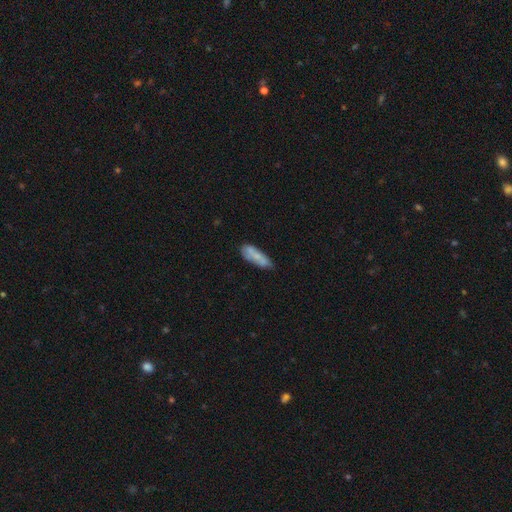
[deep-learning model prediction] Q: Smooth or featured?
A: smooth (71%); runner-up: featured or disk (22%)
Q: How rounded?
A: in between (54%); runner-up: cigar-shaped (44%)
Q: Merging?
A: none (55%); runner-up: minor disturbance (27%)